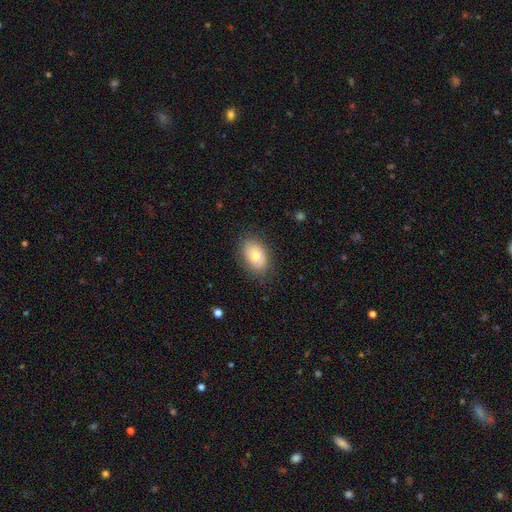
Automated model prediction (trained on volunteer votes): A smooth galaxy with no disk features (77%) that is in between round and cigar-shaped (86%). Merging: none (82%).